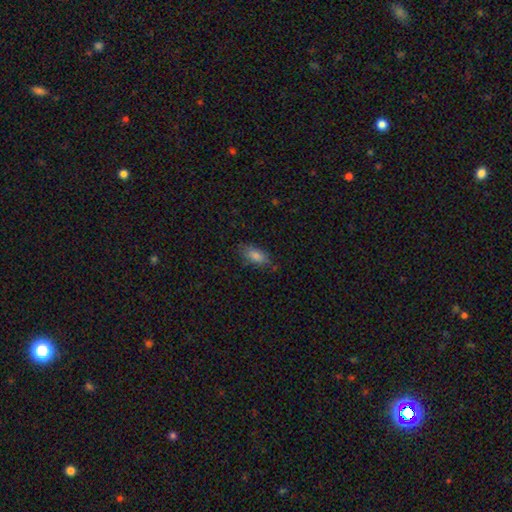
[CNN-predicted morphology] This appears to be a smooth galaxy with no disk features (81%) that is in between round and cigar-shaped (84%). Merging: none (76%).